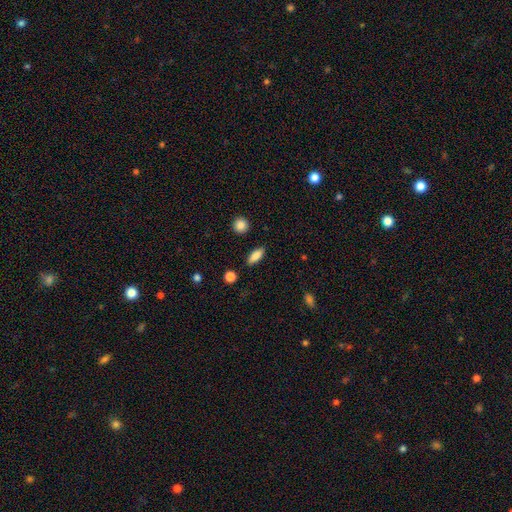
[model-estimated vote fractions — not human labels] Overall: smooth (85%). How rounded: in between (70%). Merging: none (88%).